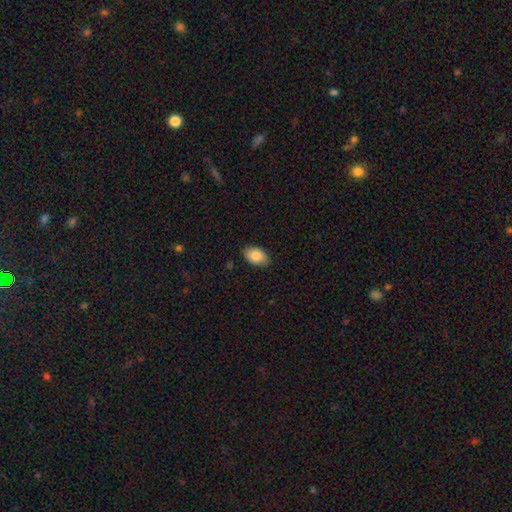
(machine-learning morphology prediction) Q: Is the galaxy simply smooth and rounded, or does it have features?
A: smooth — 86%.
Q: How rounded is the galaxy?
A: in between — 90%.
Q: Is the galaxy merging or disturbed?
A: none — 84%.